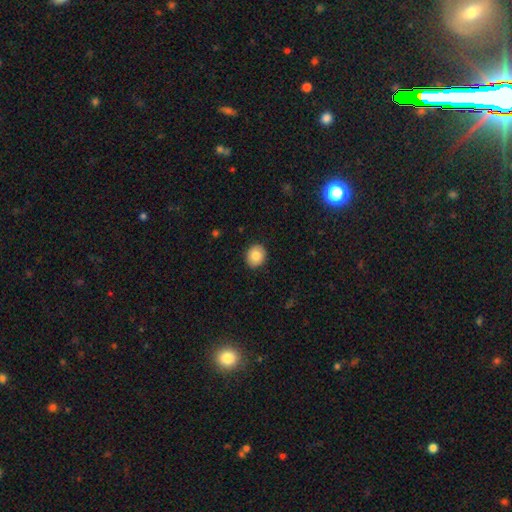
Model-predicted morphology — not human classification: The model was most divided on "how rounded": round: 68%, in between: 31%, cigar-shaped: 1%. More confident: merging — none (90%); smooth or featured — smooth (84%).